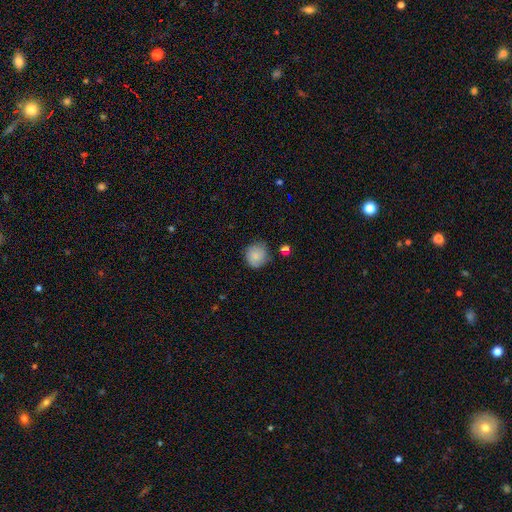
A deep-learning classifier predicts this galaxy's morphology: This is likely a smooth galaxy (78%). How rounded: clearly round (86%). Merging: likely none (71%).